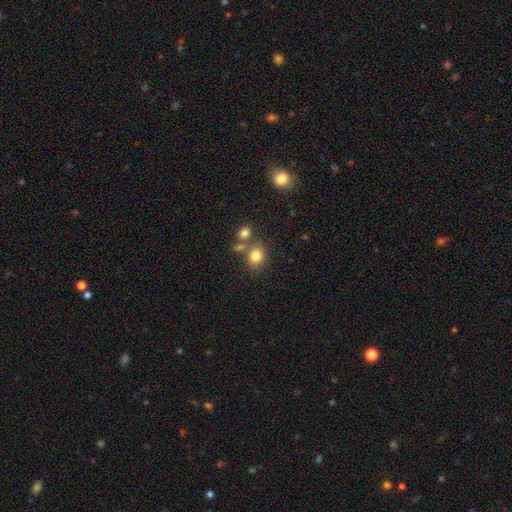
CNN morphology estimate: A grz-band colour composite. It shows a smooth galaxy with no disk features (80%) that is round (63%). Merging: none (62%).